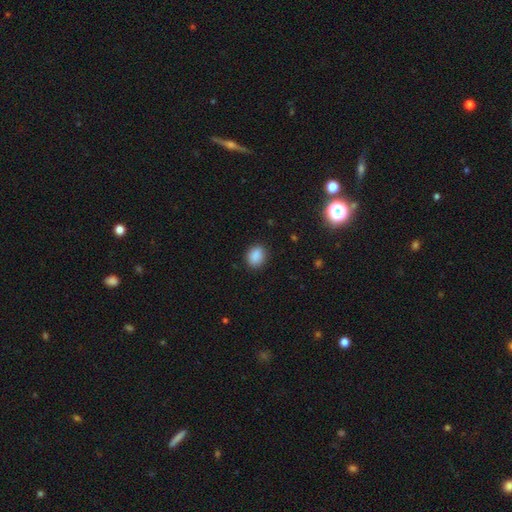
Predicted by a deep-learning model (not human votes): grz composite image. It shows a smooth galaxy with no disk features (87%) that is in between round and cigar-shaped (52%). Merging: none (87%).